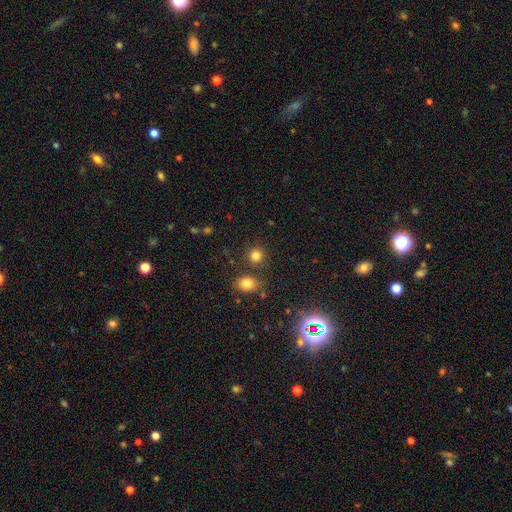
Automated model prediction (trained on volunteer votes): smooth-or-featured: smooth: 80% | star or artifact: 14% | featured or disk: 5%
  how-rounded: round: 88% | in between: 11% | cigar-shaped: 1%
  merging: none: 81% | merger: 8% | minor disturbance: 8% | major disturbance: 3%